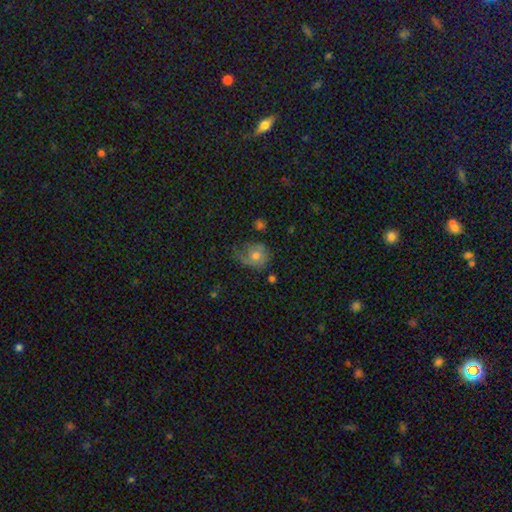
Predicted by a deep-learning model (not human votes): Overall: smooth (67%). How rounded: round (65%; in between 34%). Merging: none (38%; minor disturbance 35%).